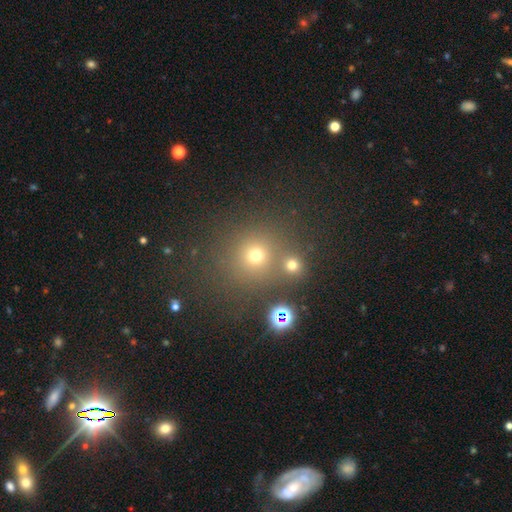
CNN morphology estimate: This is likely a smooth galaxy (67%). How rounded: clearly round (90%). Merging: likely none (71%).